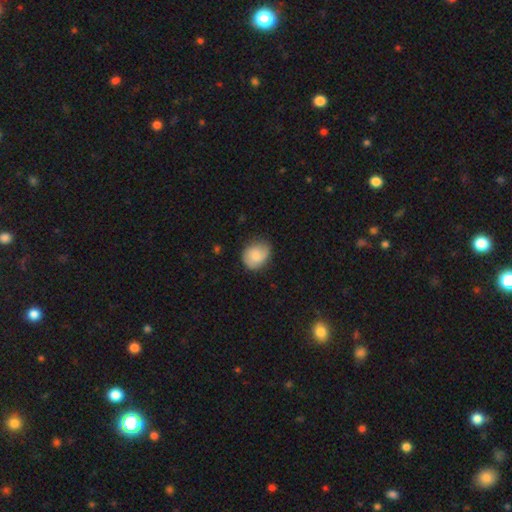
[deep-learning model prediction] The model was most divided on "how rounded": round: 60%, in between: 39%, cigar-shaped: 1%. More confident: merging — none (71%); smooth or featured — smooth (71%).